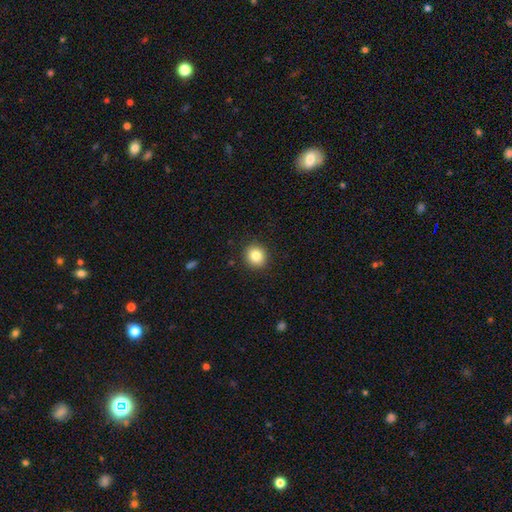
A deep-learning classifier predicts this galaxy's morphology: Smooth or featured: smooth — 84% (star or artifact — 10%)
How rounded: round — 83% (in between — 16%)
Merging: none — 91% (minor disturbance — 6%)